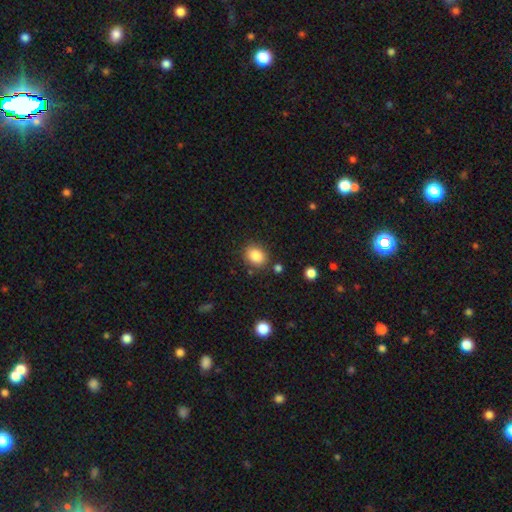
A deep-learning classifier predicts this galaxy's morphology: Smooth or featured? smooth (85%)
How rounded? round (53%)
Merging? none (82%)